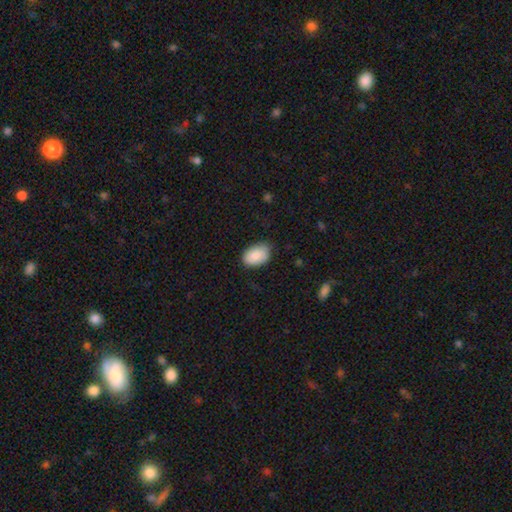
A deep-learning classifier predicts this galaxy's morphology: Smooth or featured? smooth (86%)
How rounded? in between (89%)
Merging? none (76%)